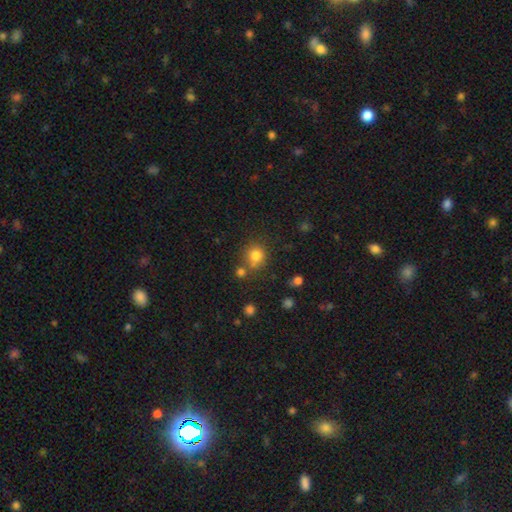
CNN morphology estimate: smooth 79%, star or artifact 13%, featured or disk 7%. Down the decision tree: how rounded — round (86%); merging — none (67%).